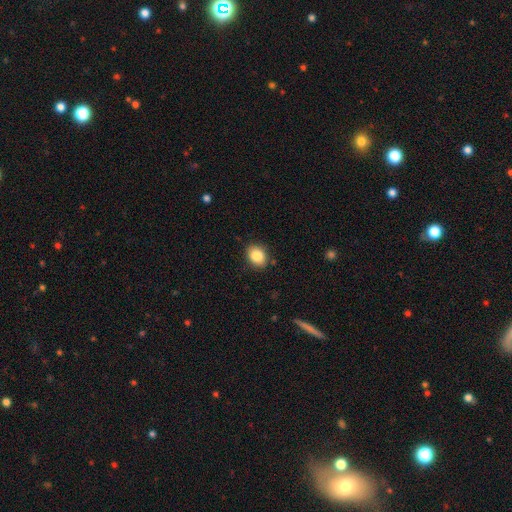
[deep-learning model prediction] Morphology: type=smooth (86%); roundness=in between (54%); merging=none (86%).